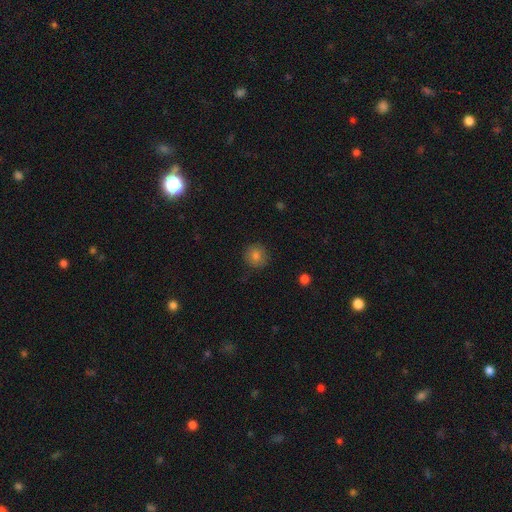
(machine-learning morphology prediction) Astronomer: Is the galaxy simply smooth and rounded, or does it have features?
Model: smooth — 81%.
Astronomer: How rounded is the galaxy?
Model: round — 93%.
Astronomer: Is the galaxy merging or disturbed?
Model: none — 88%.